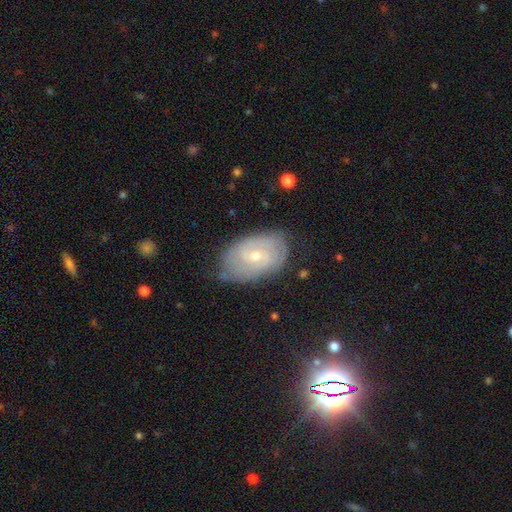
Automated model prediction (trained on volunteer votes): smooth_or_featured: featured or disk (p=0.74) [alt: smooth p=0.19]
disk_edge_on: no (p=0.96) [alt: yes p=0.04]
bar: weak (p=0.49) [alt: no p=0.43]
has_spiral_arms: yes (p=0.89) [alt: no p=0.11]
spiral_winding: tight (p=0.59) [alt: medium p=0.32]
spiral_arm_count: 2 (p=0.51) [alt: can't tell p=0.31]
bulge_size: small (p=0.56) [alt: moderate p=0.41]
merging: none (p=0.72) [alt: minor disturbance p=0.21]